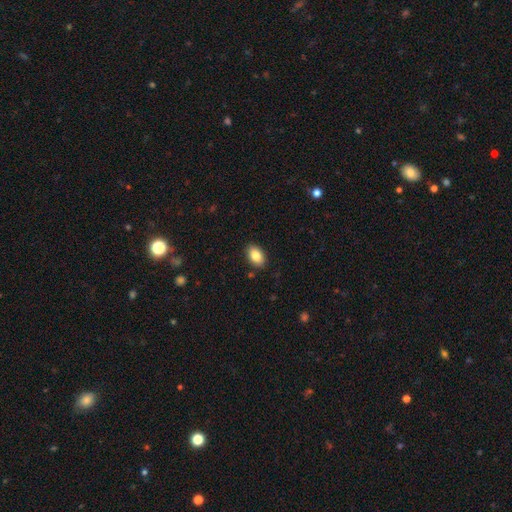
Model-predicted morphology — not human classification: smooth-or-featured: smooth: 85% | featured or disk: 8% | star or artifact: 7%
  how-rounded: in between: 89% | round: 10% | cigar-shaped: 1%
  merging: none: 88% | minor disturbance: 9% | major disturbance: 2% | merger: 1%